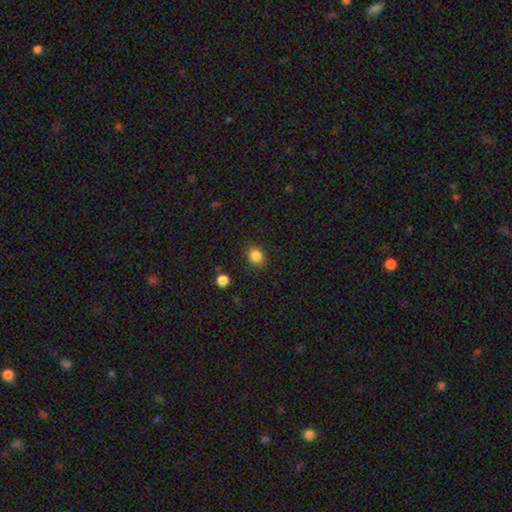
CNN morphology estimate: Smooth or featured: smooth — 85% (star or artifact — 10%)
How rounded: round — 50% (in between — 49%)
Merging: none — 86% (minor disturbance — 9%)